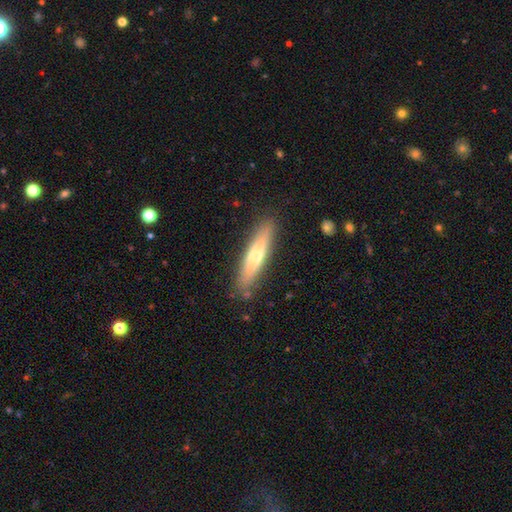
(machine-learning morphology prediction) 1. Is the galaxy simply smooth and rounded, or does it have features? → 58% smooth, 36% featured or disk, 6% star or artifact.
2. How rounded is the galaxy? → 85% cigar-shaped, 14% in between, 1% round.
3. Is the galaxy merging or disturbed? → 86% none, 10% minor disturbance, 2% major disturbance, 2% merger.